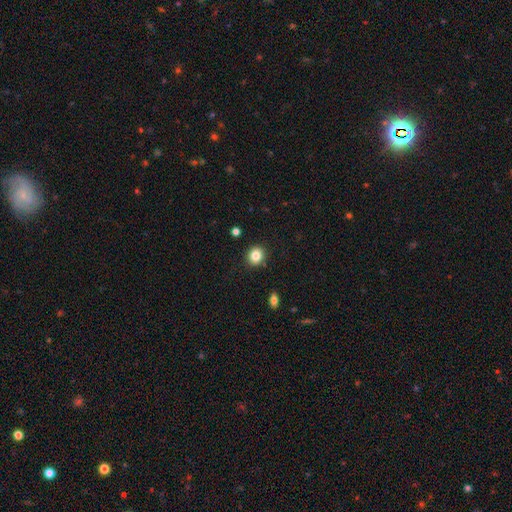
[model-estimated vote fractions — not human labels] Smooth or featured? smooth (84%)
How rounded? round (77%)
Merging? none (89%)